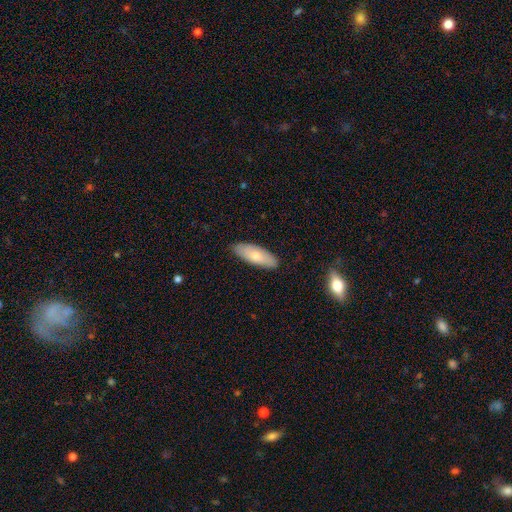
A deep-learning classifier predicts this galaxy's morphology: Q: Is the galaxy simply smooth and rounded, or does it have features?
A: smooth — 72%.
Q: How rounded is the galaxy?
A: in between — 70%.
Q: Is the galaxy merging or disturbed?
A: none — 86%.